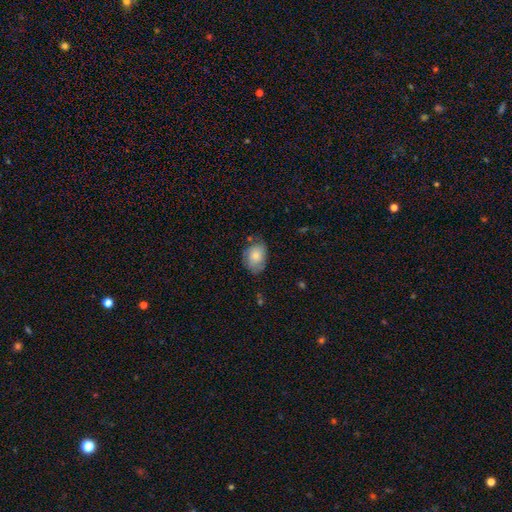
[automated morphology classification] A smooth galaxy with no disk features (77%) that is in between round and cigar-shaped (74%). Merging: none (62%).